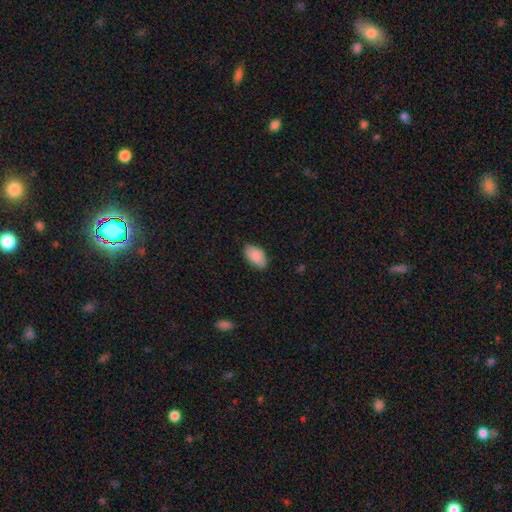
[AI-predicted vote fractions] Smooth or featured?
  - smooth: 89% *
  - star or artifact: 7%
  - featured or disk: 5%
How rounded?
  - in between: 94% *
  - round: 4%
  - cigar-shaped: 2%
Merging?
  - none: 79% *
  - minor disturbance: 17%
  - major disturbance: 3%
  - merger: 1%